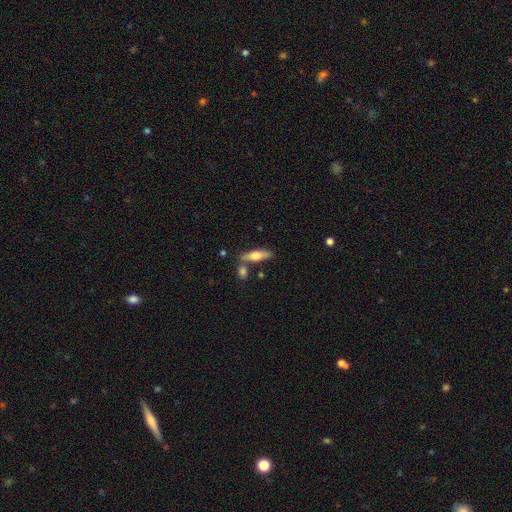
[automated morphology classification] The model was most divided on "smooth or featured": smooth: 54%, featured or disk: 40%, star or artifact: 6%. More confident: merging — none (69%); how rounded — cigar-shaped (61%).